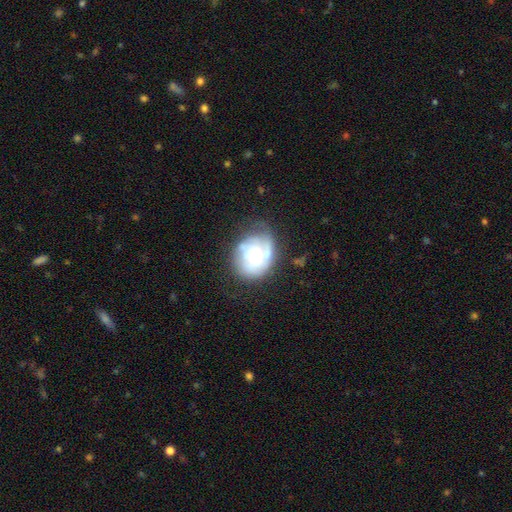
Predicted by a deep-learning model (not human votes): Smooth or featured?
  - featured or disk: 53% *
  - smooth: 39%
  - star or artifact: 8%
Edge-on disk?
  - no: 97% *
  - yes: 3%
Bar?
  - no: 80% *
  - weak: 16%
  - strong: 4%
Spiral arms?
  - yes: 52% *
  - no: 48%
Bulge size?
  - small: 43% *
  - moderate: 38%
  - large: 10%
  - none: 6%
  - dominant: 3%
Merging?
  - none: 49% *
  - minor disturbance: 29%
  - major disturbance: 17%
  - merger: 6%